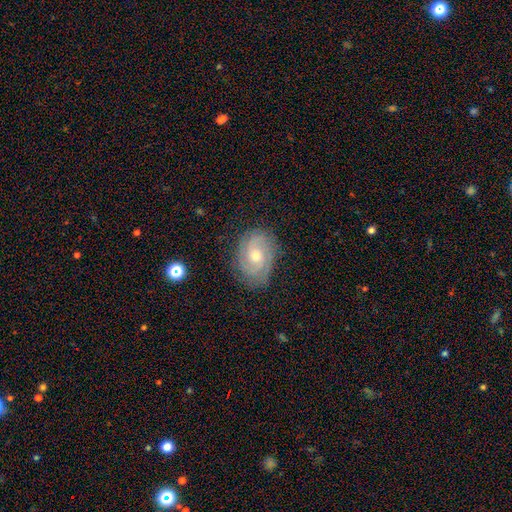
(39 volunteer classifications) smooth_or_featured: featured or disk (p=0.79) [alt: smooth p=0.13]
disk_edge_on: no (p=0.97) [alt: yes p=0.03]
bar: no (p=0.63) [alt: weak p=0.30]
has_spiral_arms: yes (p=0.93) [alt: no p=0.07]
spiral_winding: tight (p=0.64) [alt: medium p=0.36]
spiral_arm_count: 2 (p=0.43) [alt: 3 p=0.25]
bulge_size: moderate (p=0.60) [alt: small p=0.33]
merging: none (p=0.72) [alt: minor disturbance p=0.22]